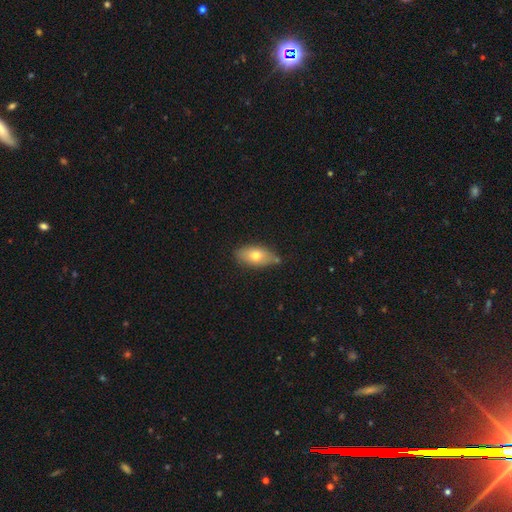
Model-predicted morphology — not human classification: Overall: smooth (70%). How rounded: in between (87%). Merging: none (73%).